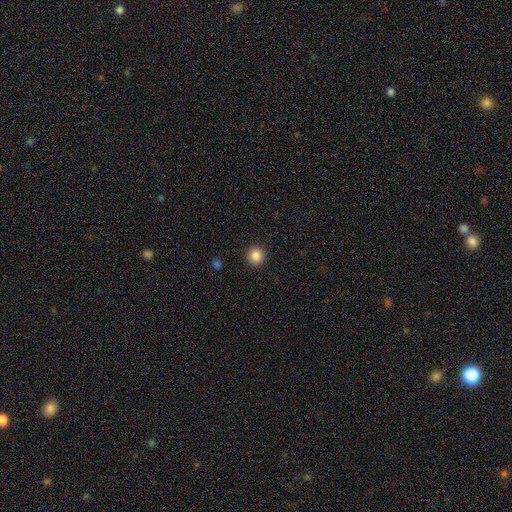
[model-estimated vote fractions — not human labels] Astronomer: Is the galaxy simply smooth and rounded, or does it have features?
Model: smooth — 86%.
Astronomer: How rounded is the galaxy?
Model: round — 91%.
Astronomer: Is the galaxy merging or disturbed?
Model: none — 92%.